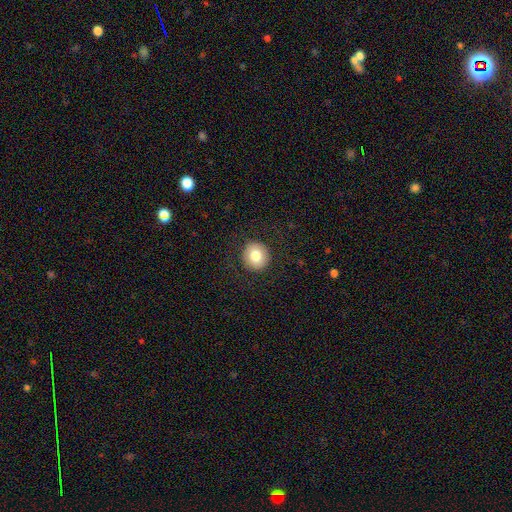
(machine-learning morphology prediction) Overall: smooth (80%). How rounded: round (92%). Merging: none (88%).